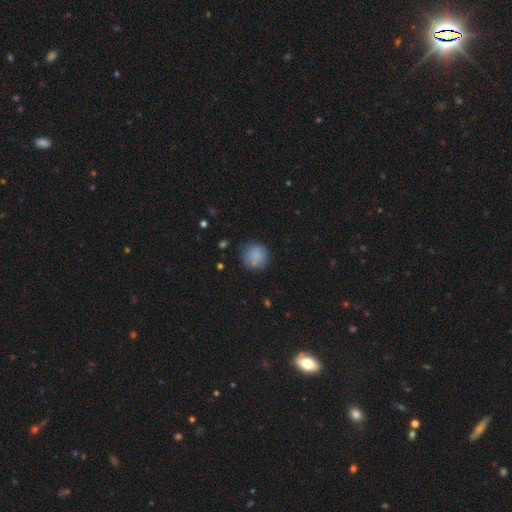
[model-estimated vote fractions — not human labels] Q: Smooth or featured?
A: smooth (81%); runner-up: featured or disk (10%)
Q: How rounded?
A: round (91%); runner-up: in between (8%)
Q: Merging?
A: none (72%); runner-up: minor disturbance (17%)